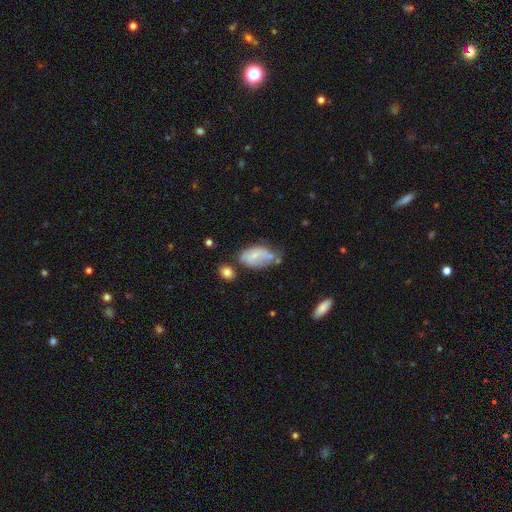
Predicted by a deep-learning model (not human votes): A smooth galaxy with no disk features (58%) that is in between round and cigar-shaped (90%). Merging: none (35%).